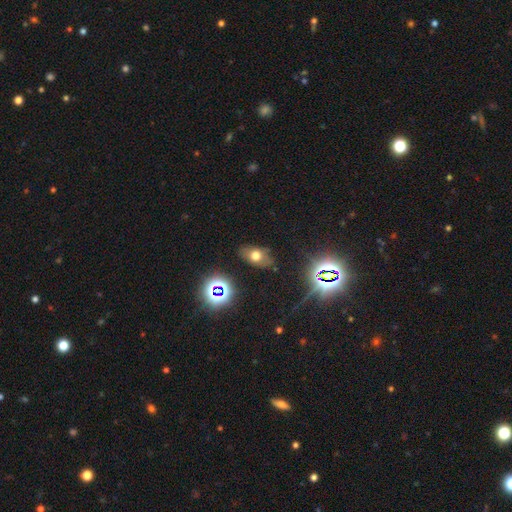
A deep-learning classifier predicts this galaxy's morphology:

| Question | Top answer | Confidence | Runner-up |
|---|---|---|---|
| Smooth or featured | smooth | 60% | star or artifact (23%) |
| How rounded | in between | 83% | round (15%) |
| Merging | none | 78% | minor disturbance (15%) |